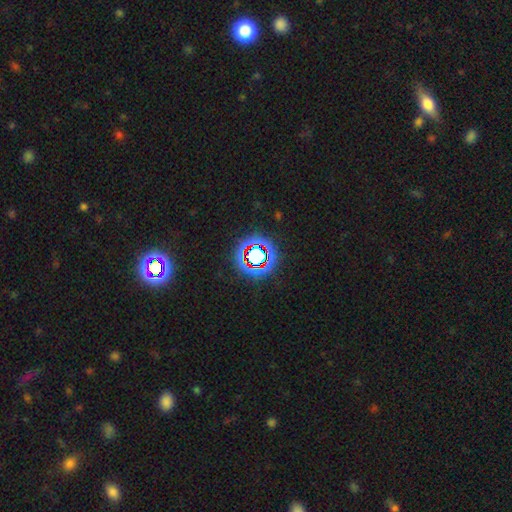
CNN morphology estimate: Smooth or featured?
  - star or artifact: 67% *
  - smooth: 20%
  - featured or disk: 12%